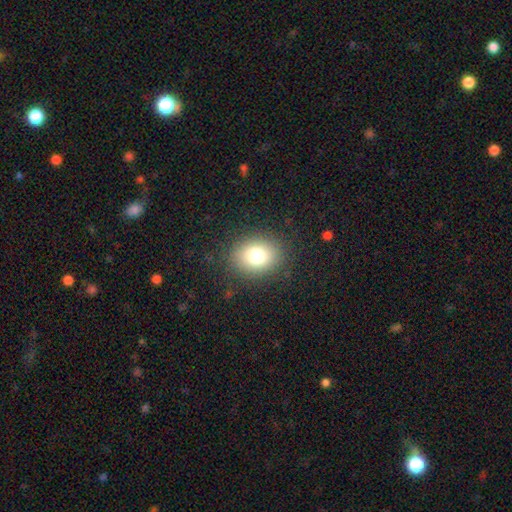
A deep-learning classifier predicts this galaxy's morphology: smooth 79%, star or artifact 11%, featured or disk 10%. Down the decision tree: how rounded — in between (57%); merging — none (88%).